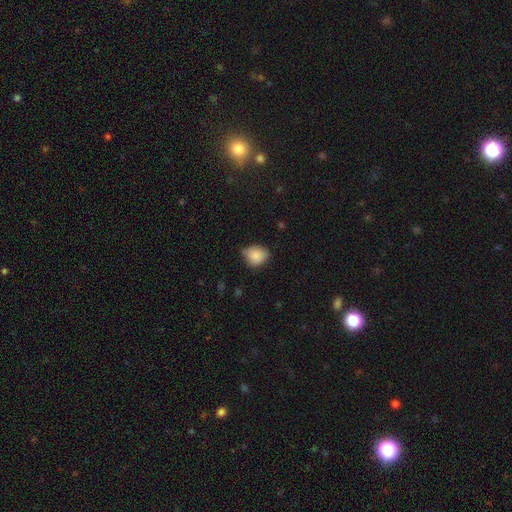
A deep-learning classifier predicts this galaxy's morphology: type=smooth (85%); roundness=round (55%); merging=none (59%).